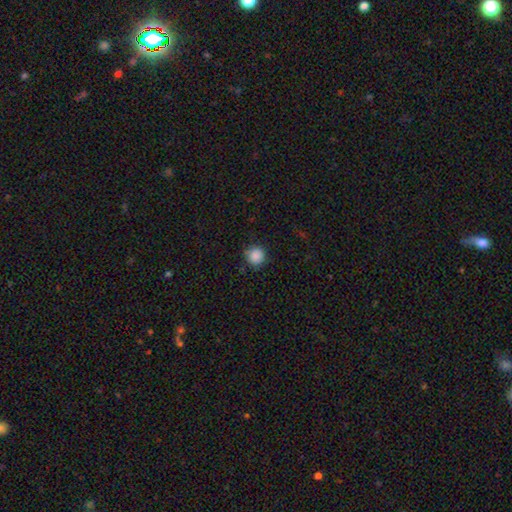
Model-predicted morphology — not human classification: This is clearly a smooth galaxy (87%). How rounded: clearly round (94%). Merging: clearly none (86%).